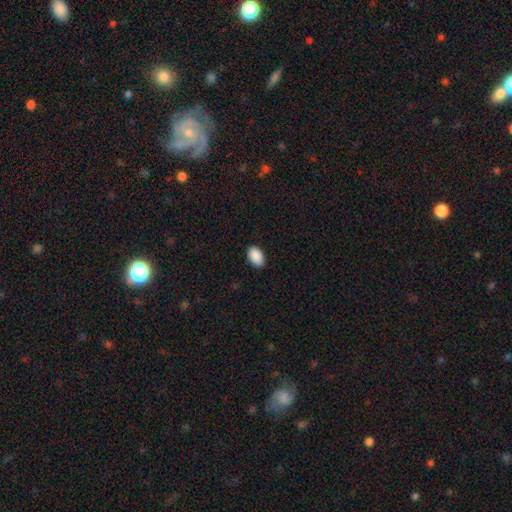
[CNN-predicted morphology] Smooth or featured: smooth — 91% (star or artifact — 7%)
How rounded: in between — 91% (round — 7%)
Merging: none — 88% (minor disturbance — 9%)